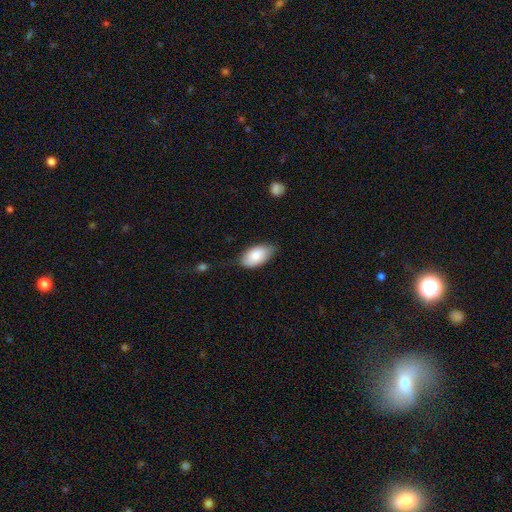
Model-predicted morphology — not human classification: Smooth or featured? smooth (85%)
How rounded? in between (95%)
Merging? none (67%)